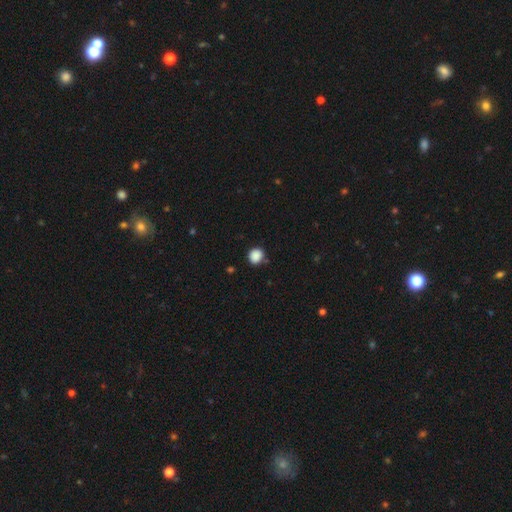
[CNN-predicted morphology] Smooth or featured? Predicted: smooth (p=0.88). How rounded? Predicted: round (p=0.80). Merging? Predicted: none (p=0.83).